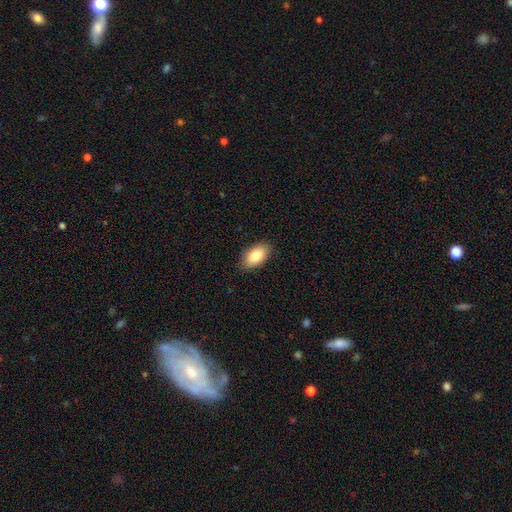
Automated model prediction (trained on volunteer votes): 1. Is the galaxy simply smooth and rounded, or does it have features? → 83% smooth, 10% featured or disk, 7% star or artifact.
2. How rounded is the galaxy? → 94% in between, 4% round, 2% cigar-shaped.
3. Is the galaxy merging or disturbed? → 88% none, 9% minor disturbance, 2% major disturbance, 1% merger.